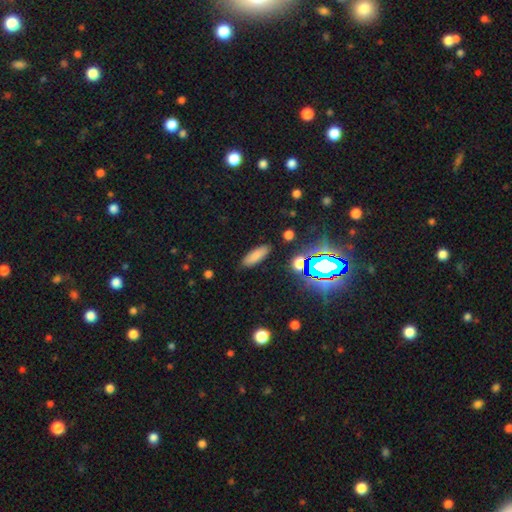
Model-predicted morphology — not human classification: A smooth galaxy with no disk features (76%) that is in between round and cigar-shaped (62%).

Vote fractions:
- Smooth or featured? smooth: 76% / star or artifact: 15% / featured or disk: 9%
- How rounded? in between: 62% / cigar-shaped: 35% / round: 3%
- Merging? none: 87% / minor disturbance: 9% / major disturbance: 3% / merger: 2%